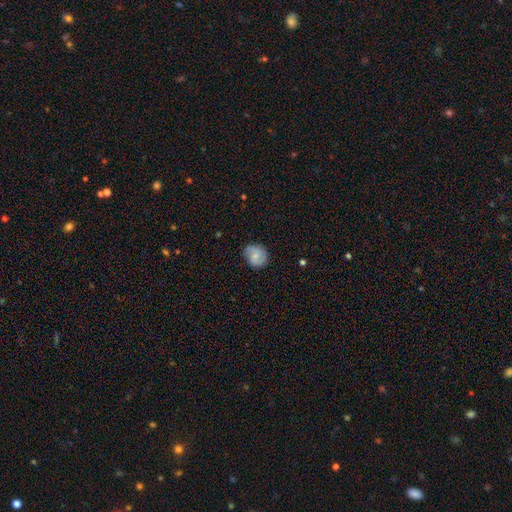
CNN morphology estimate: The model was most divided on "smooth or featured": smooth: 65%, featured or disk: 27%, star or artifact: 8%. More confident: merging — none (75%); how rounded — round (72%).